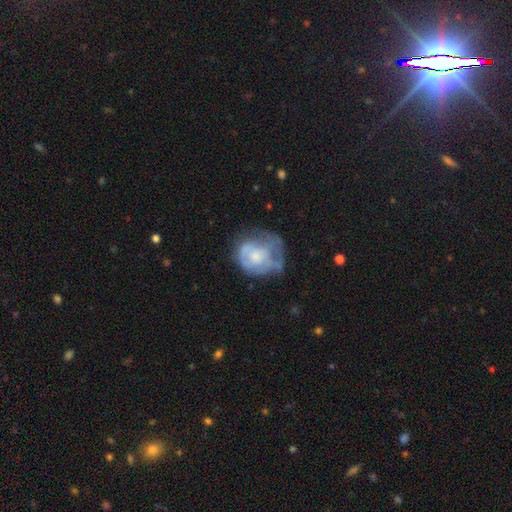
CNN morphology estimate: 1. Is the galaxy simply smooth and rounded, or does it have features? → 51% featured or disk, 41% smooth, 8% star or artifact.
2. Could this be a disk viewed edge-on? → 98% no, 2% yes.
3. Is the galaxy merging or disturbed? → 39% none, 29% minor disturbance, 28% major disturbance, 3% merger.